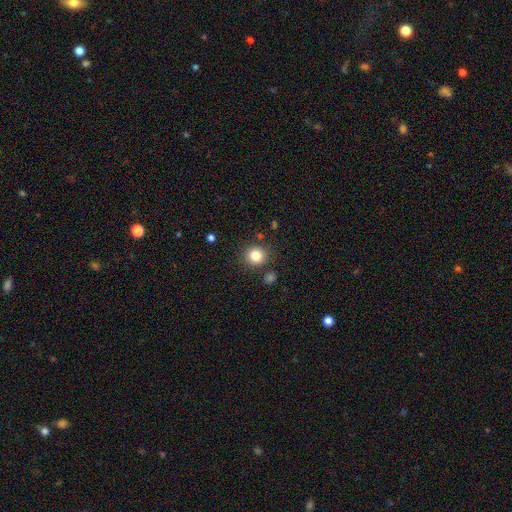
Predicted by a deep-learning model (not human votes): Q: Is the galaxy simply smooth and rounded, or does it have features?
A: smooth — 83%.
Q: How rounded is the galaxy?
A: round — 87%.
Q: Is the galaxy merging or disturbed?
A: none — 83%.